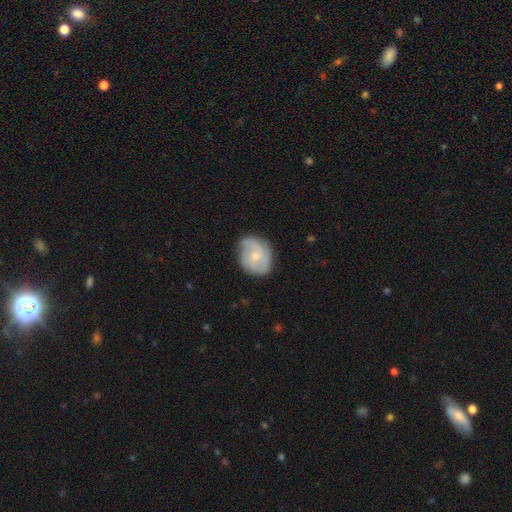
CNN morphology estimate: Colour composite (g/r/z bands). It shows a featured or disk galaxy (62%) with no bar (70%), 2 (39%) tight (43%) spiral arms (87%) and a small central bulge (61%). Merging: none (68%).